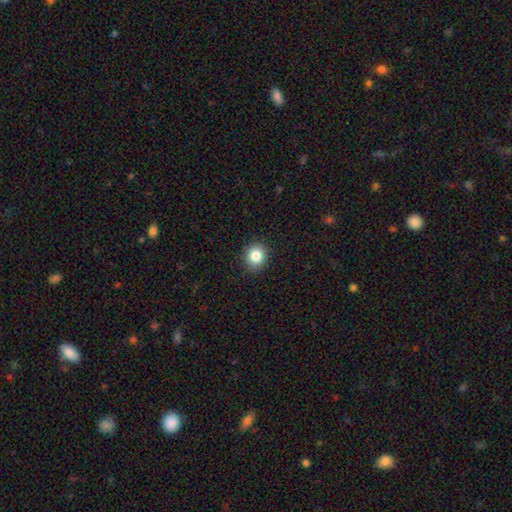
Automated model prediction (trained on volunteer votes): Smooth or featured: smooth — 84% (star or artifact — 10%)
How rounded: round — 75% (in between — 24%)
Merging: none — 90% (minor disturbance — 7%)